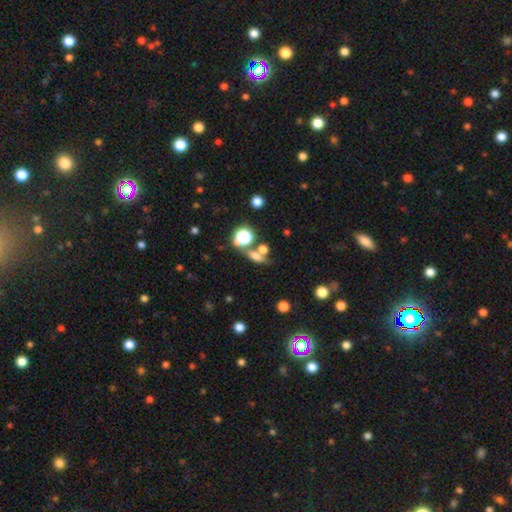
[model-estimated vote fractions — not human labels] smooth_or_featured: smooth (p=0.55) [alt: star or artifact p=0.26]
how_rounded: in between (p=0.41) [alt: round p=0.35]
merging: none (p=0.54) [alt: merger p=0.26]